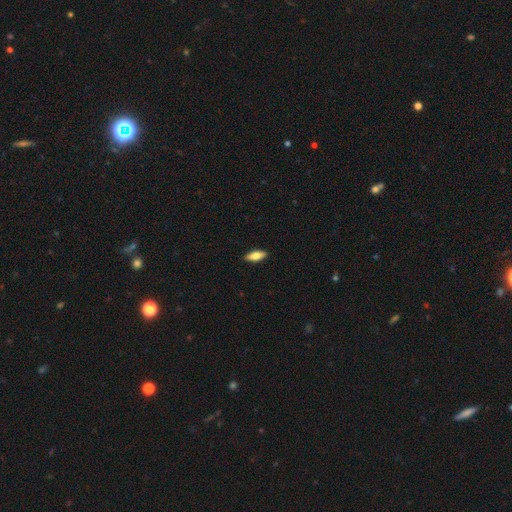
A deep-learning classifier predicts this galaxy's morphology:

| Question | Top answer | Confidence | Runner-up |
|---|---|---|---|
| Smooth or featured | smooth | 78% | featured or disk (16%) |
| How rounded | in between | 72% | cigar-shaped (25%) |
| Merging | none | 89% | minor disturbance (8%) |